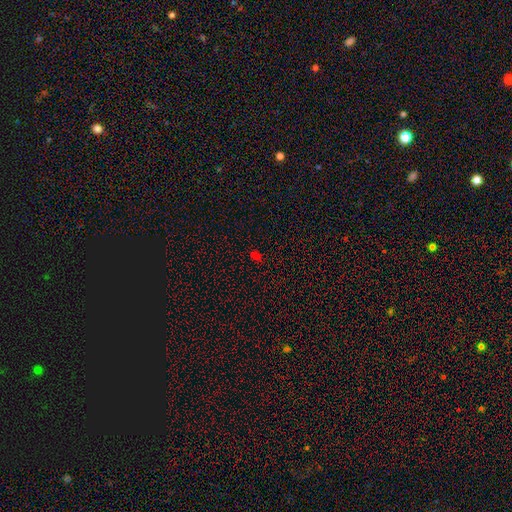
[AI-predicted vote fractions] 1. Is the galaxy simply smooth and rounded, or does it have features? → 56% smooth, 39% star or artifact, 5% featured or disk.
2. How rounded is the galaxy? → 75% in between, 22% round, 3% cigar-shaped.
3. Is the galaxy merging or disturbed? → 79% none, 13% minor disturbance, 4% major disturbance, 4% merger.